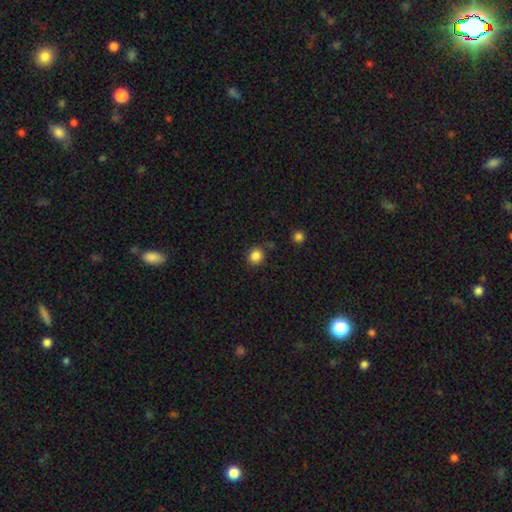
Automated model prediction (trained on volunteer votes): Smooth or featured? smooth (85%)
How rounded? round (84%)
Merging? none (80%)